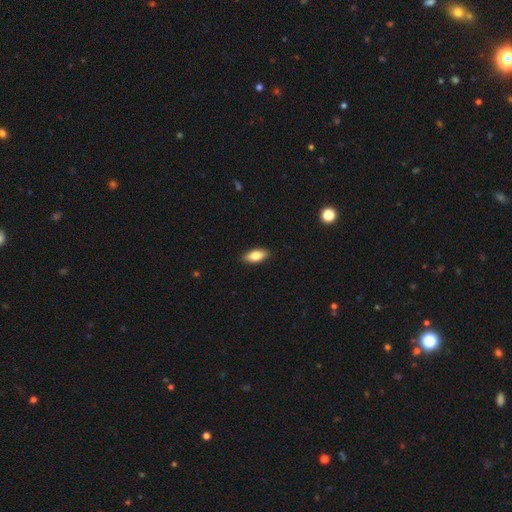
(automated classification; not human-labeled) This appears to be a smooth galaxy with no disk features (78%) that is in between round and cigar-shaped (86%). Merging: none (90%).